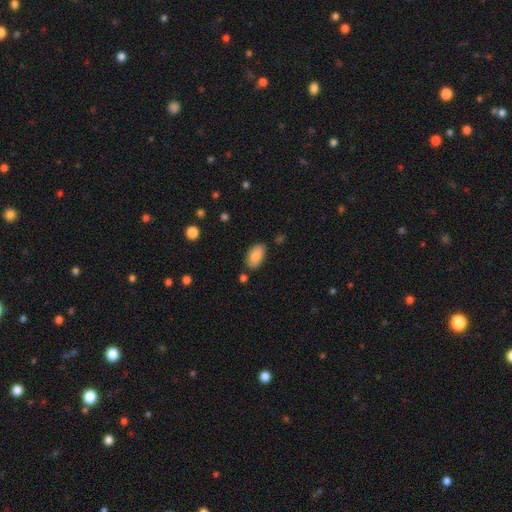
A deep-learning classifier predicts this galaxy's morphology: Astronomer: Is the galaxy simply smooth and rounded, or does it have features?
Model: smooth — 86%.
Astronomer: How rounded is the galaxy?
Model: in between — 94%.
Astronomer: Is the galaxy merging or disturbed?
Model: none — 79%.